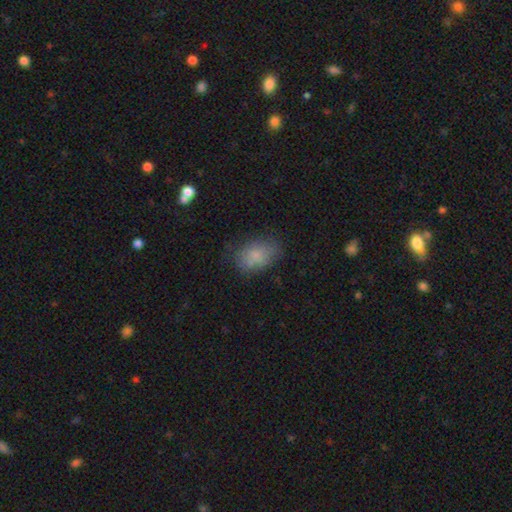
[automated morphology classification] This appears to be a smooth galaxy with no disk features (76%) that is in between round and cigar-shaped (81%). Merging: none (64%).